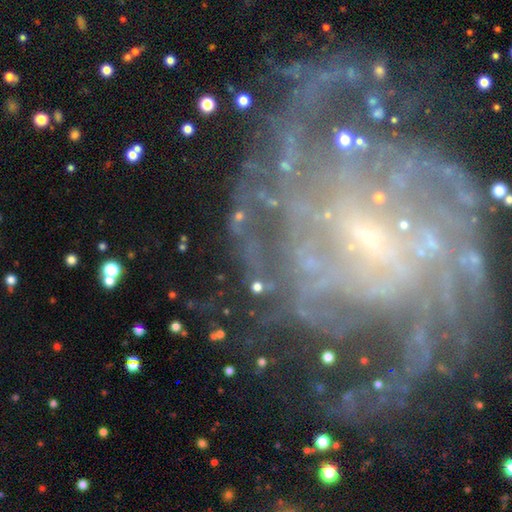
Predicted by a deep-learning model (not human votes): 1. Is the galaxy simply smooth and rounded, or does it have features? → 69% featured or disk, 20% star or artifact, 10% smooth.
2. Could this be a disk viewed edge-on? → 95% no, 5% yes.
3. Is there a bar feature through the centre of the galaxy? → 48% no, 29% weak, 23% strong.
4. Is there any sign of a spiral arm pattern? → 79% yes, 21% no.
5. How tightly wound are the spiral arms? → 58% tight, 27% medium, 16% loose.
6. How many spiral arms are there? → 37% can't tell, 15% 2, 13% 3, 13% more than 4, 12% 4, 10% 1.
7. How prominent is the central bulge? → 68% small, 14% none, 13% moderate, 3% large, 2% dominant.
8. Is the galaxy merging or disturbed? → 58% none, 20% major disturbance, 17% minor disturbance, 5% merger.